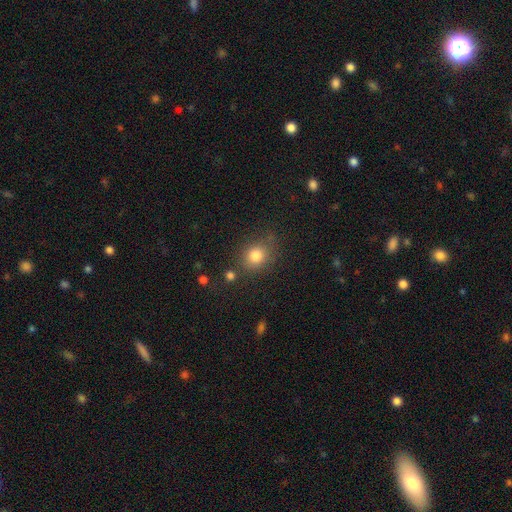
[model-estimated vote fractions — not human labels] Smooth or featured? Predicted: smooth (p=0.81). How rounded? Predicted: round (p=0.67). Merging? Predicted: none (p=0.75).